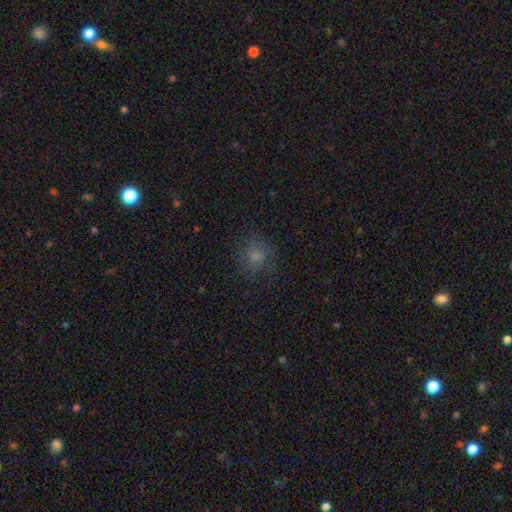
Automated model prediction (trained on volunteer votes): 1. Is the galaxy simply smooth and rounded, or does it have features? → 71% smooth, 15% star or artifact, 14% featured or disk.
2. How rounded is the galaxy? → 80% round, 19% in between, 1% cigar-shaped.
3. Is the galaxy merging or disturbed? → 74% none, 16% minor disturbance, 9% major disturbance, 1% merger.